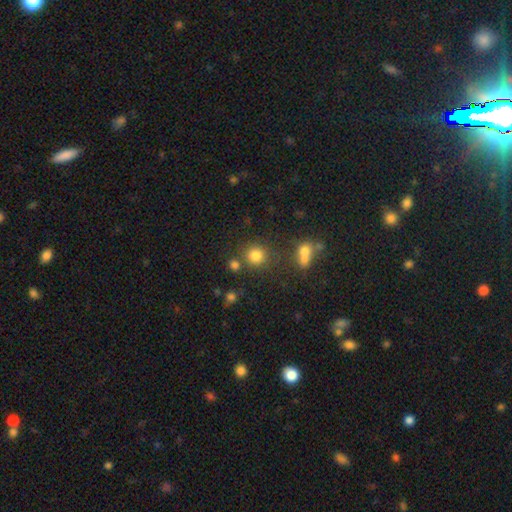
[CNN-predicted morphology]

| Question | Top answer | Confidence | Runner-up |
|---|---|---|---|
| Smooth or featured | smooth | 80% | star or artifact (14%) |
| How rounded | round | 88% | in between (11%) |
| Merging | none | 73% | merger (13%) |